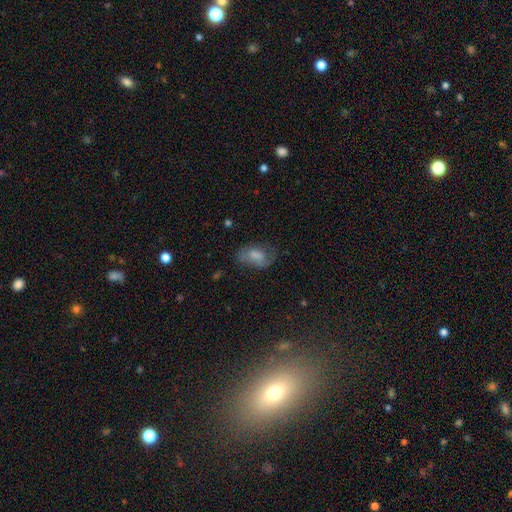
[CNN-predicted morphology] Smooth or featured?
  - smooth: 56% *
  - featured or disk: 35%
  - star or artifact: 9%
How rounded?
  - in between: 86% *
  - round: 12%
  - cigar-shaped: 2%
Merging?
  - none: 48% *
  - minor disturbance: 28%
  - major disturbance: 21%
  - merger: 2%